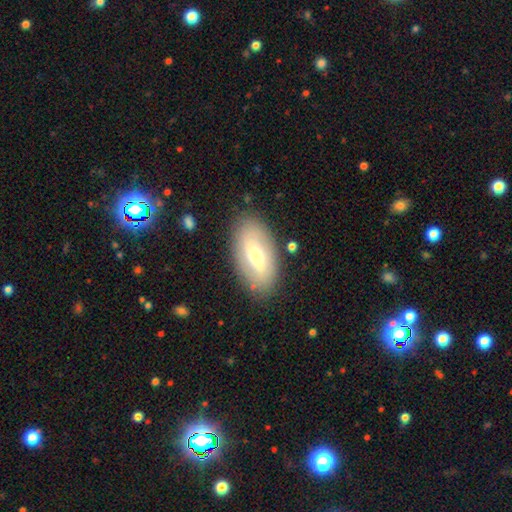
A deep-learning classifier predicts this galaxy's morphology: Smooth or featured: featured or disk — 47% (smooth — 46%)
Merging: none — 83% (minor disturbance — 11%)